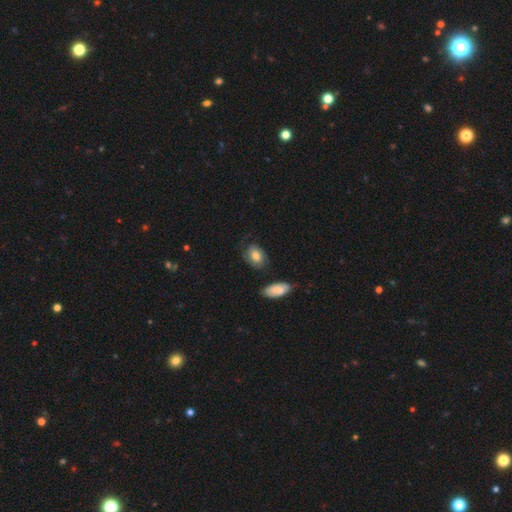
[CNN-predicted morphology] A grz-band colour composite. It shows a smooth galaxy with no disk features (67%) that is in between round and cigar-shaped (78%). Merging: none (60%).